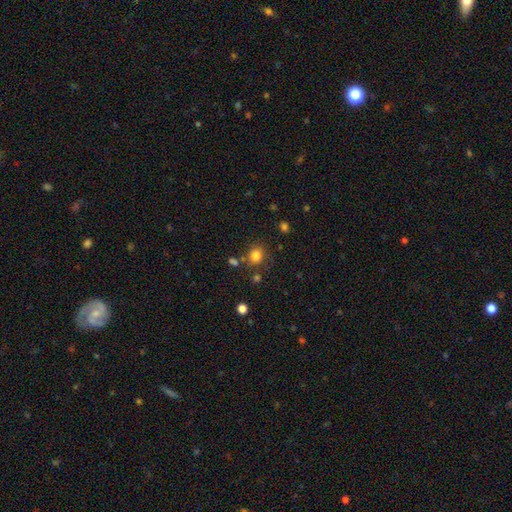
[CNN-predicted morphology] The model was most divided on "how rounded": round: 80%, in between: 19%, cigar-shaped: 1%. More confident: smooth or featured — smooth (81%); merging — none (76%).